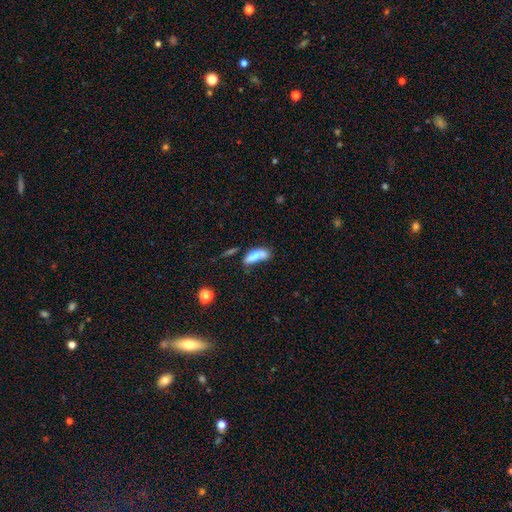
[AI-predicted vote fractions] Smooth or featured: smooth — 63% (featured or disk — 29%)
How rounded: in between — 67% (cigar-shaped — 29%)
Merging: none — 32% (minor disturbance — 25%)